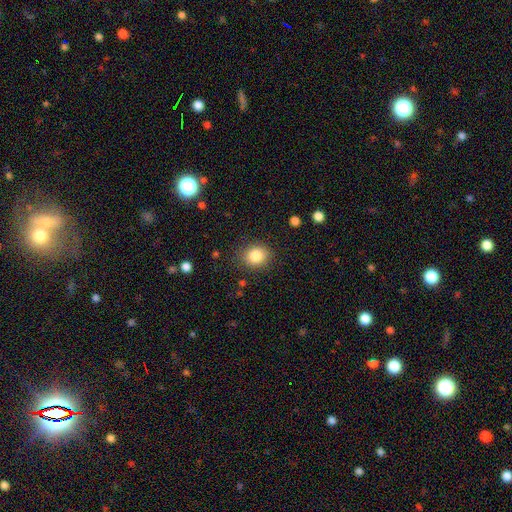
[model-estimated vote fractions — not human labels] A smooth galaxy with no disk features (84%) that is round (74%).

Vote fractions:
- Smooth or featured? smooth: 84% / star or artifact: 10% / featured or disk: 6%
- How rounded? round: 74% / in between: 25% / cigar-shaped: 1%
- Merging? none: 86% / minor disturbance: 9% / major disturbance: 3% / merger: 1%